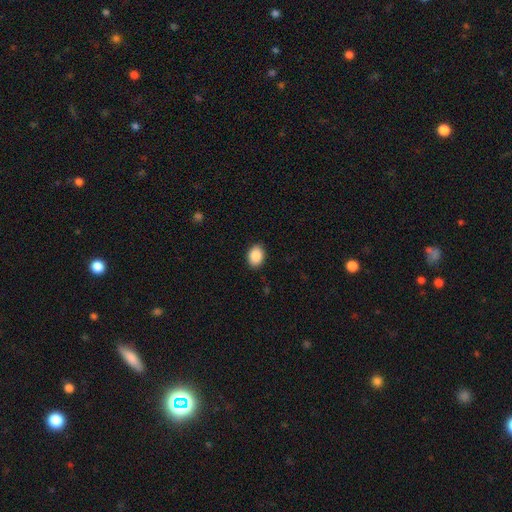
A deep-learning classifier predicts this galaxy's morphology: A smooth galaxy with no disk features (89%) that is in between round and cigar-shaped (67%). Merging: none (89%).